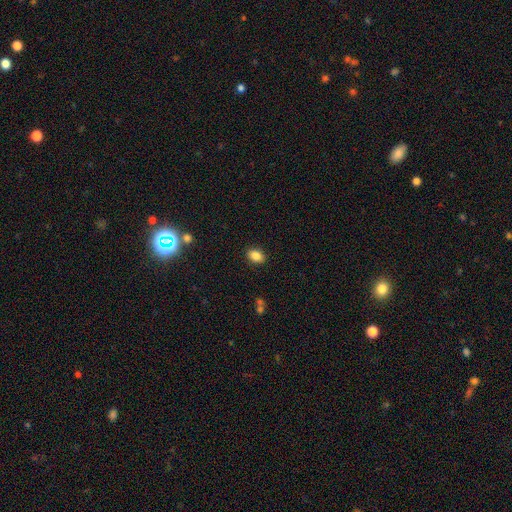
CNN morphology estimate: smooth-or-featured: smooth: 85% | star or artifact: 9% | featured or disk: 5%
  how-rounded: in between: 76% | round: 23% | cigar-shaped: 1%
  merging: none: 88% | minor disturbance: 8% | major disturbance: 2% | merger: 1%